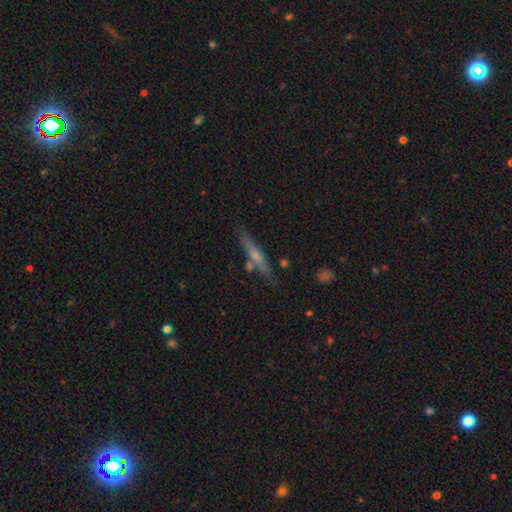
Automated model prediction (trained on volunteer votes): This is possibly a featured or disk galaxy (47%). Merging: likely none (77%).